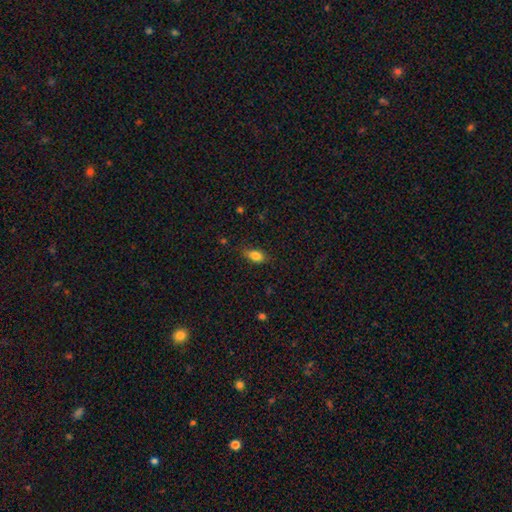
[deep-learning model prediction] Morphology: type=smooth (82%); roundness=in between (84%); merging=none (78%).